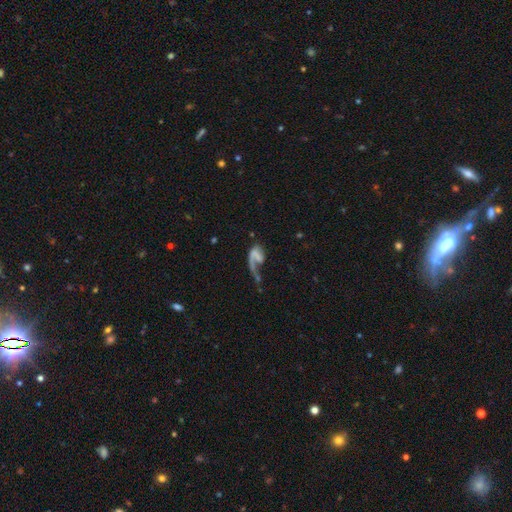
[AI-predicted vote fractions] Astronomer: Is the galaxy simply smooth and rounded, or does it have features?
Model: featured or disk — 61%.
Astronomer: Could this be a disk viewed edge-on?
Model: no — 96%.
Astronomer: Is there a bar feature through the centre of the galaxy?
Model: no — 61%.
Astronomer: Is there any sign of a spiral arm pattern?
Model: yes — 70%.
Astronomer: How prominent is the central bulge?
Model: none — 68%.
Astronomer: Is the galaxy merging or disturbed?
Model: major disturbance — 50%.